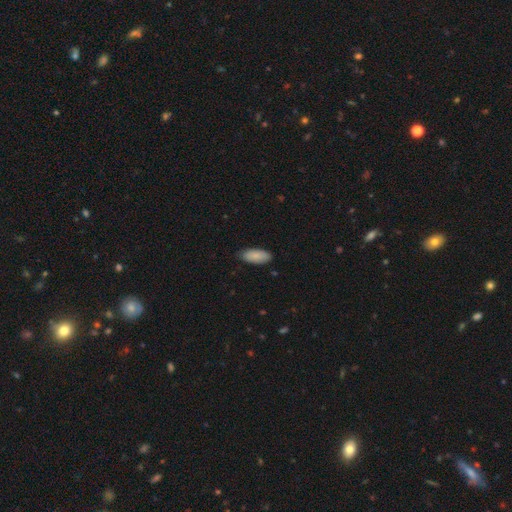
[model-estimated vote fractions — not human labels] Smooth or featured? smooth (88%)
How rounded? in between (84%)
Merging? none (84%)